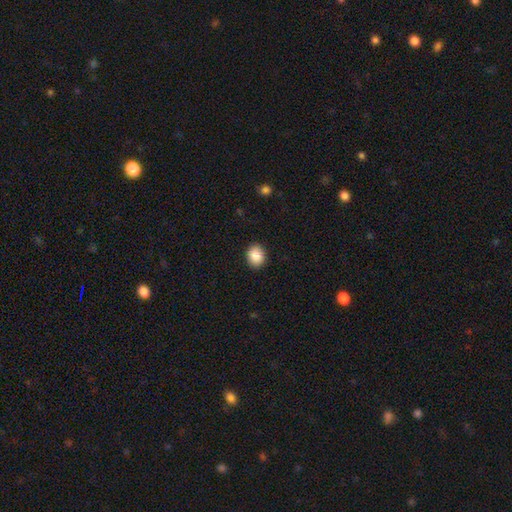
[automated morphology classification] The model was most divided on "how rounded": round: 59%, in between: 40%, cigar-shaped: 1%. More confident: merging — none (91%); smooth or featured — smooth (88%).